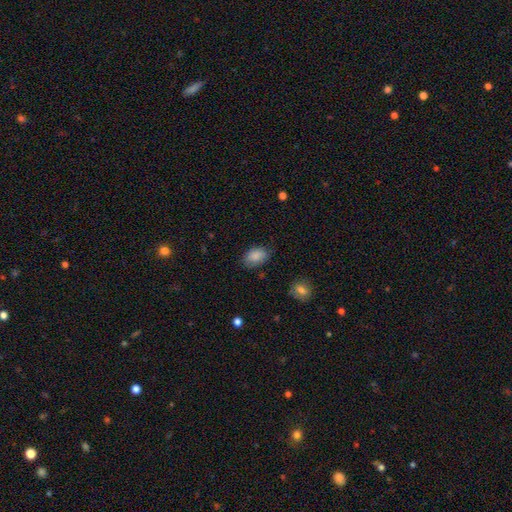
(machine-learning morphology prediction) smooth 86%, star or artifact 7%, featured or disk 6%. Down the decision tree: how rounded — in between (88%); merging — none (75%).